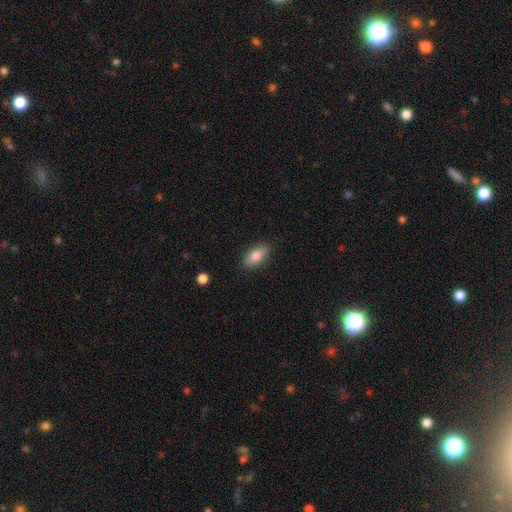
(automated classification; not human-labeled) Overall: smooth (80%). How rounded: in between (81%). Merging: none (84%).